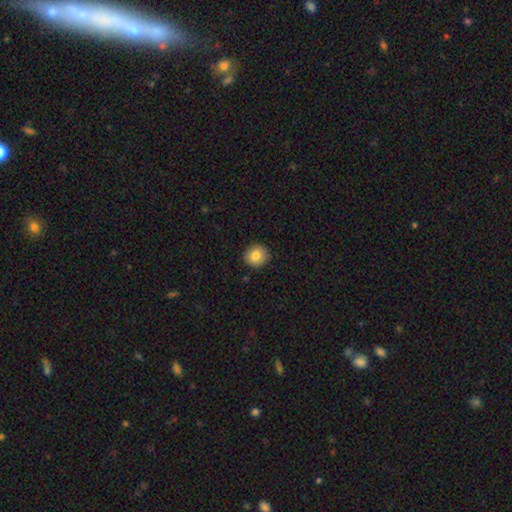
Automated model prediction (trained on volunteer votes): Q: Smooth or featured?
A: smooth (85%); runner-up: star or artifact (9%)
Q: How rounded?
A: round (87%); runner-up: in between (12%)
Q: Merging?
A: none (90%); runner-up: minor disturbance (7%)